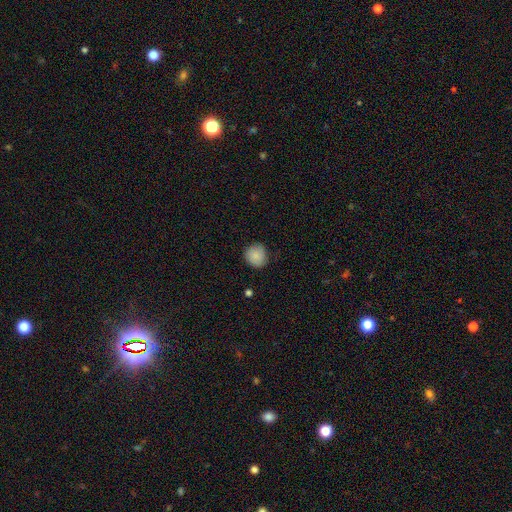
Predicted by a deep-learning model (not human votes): Overall: smooth (85%). How rounded: round (86%). Merging: none (77%).